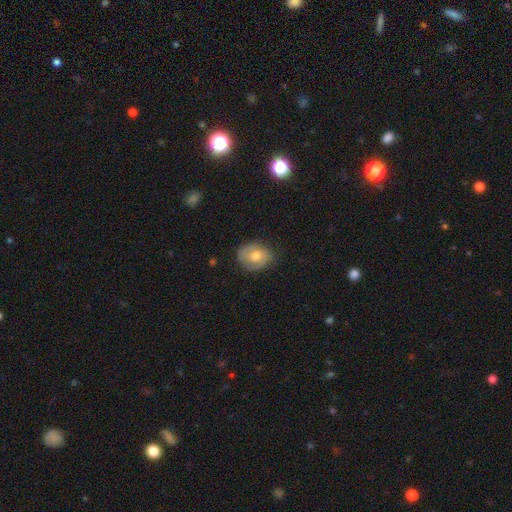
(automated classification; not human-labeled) Overall: smooth (56%; featured or disk 37%). How rounded: in between (52%; round 47%). Merging: none (70%).